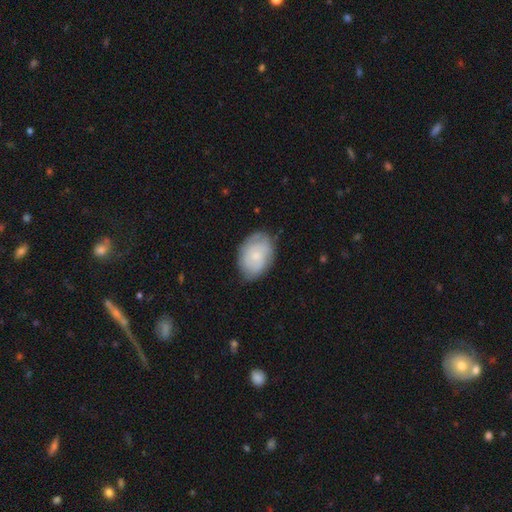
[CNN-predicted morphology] The model was most divided on "smooth or featured": smooth: 57%, featured or disk: 37%, star or artifact: 6%. More confident: how rounded — in between (79%); merging — none (73%).